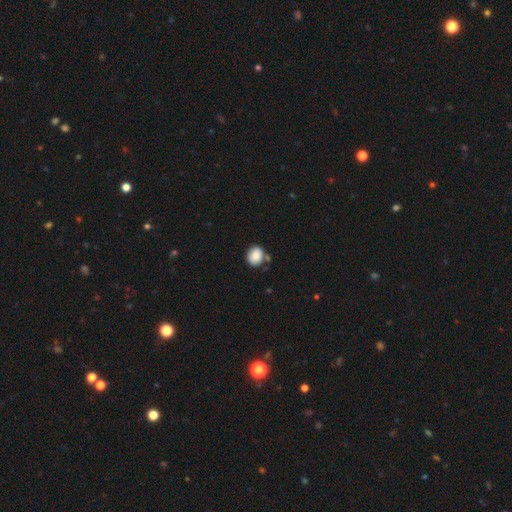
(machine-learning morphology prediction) A smooth galaxy with no disk features (87%) that is round (63%). Merging: none (67%).